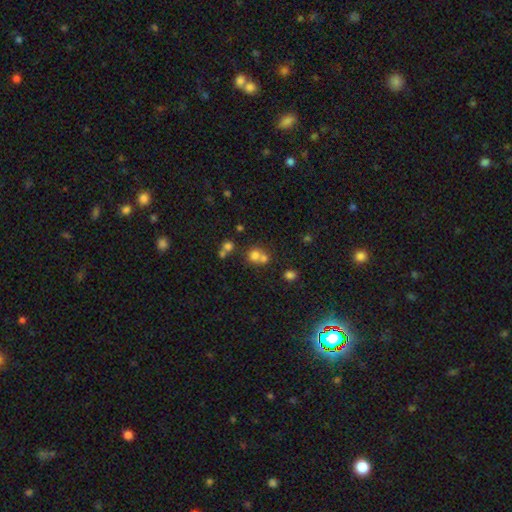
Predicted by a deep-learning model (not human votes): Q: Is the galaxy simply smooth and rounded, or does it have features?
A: smooth — 70%.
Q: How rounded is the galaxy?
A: round — 83%.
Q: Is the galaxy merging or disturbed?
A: merger — 49%.